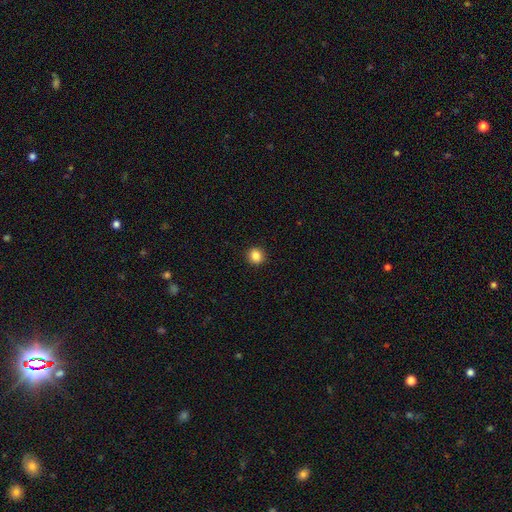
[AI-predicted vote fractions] smooth 86%, star or artifact 10%, featured or disk 4%. Down the decision tree: how rounded — round (89%); merging — none (93%).